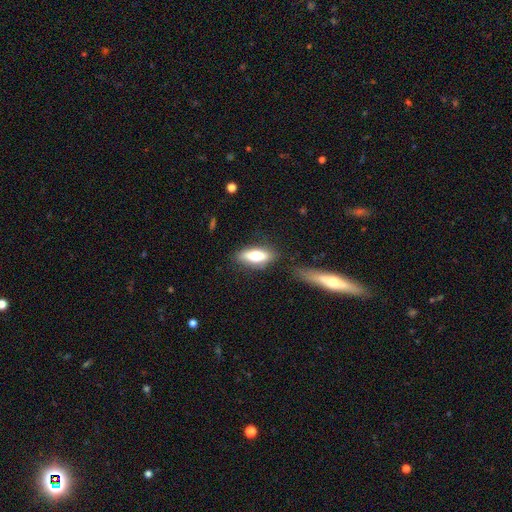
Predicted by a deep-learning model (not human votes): A smooth galaxy with no disk features (68%) that is in between round and cigar-shaped (68%). Merging: none (77%).